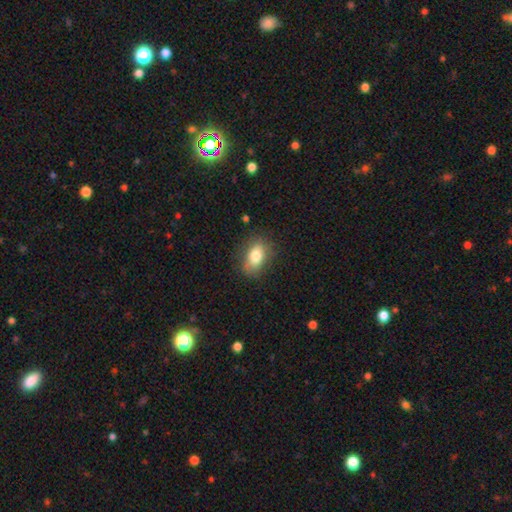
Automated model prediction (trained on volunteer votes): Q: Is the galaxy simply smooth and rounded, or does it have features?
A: smooth — 78%.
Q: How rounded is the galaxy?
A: in between — 85%.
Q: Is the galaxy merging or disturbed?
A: none — 78%.